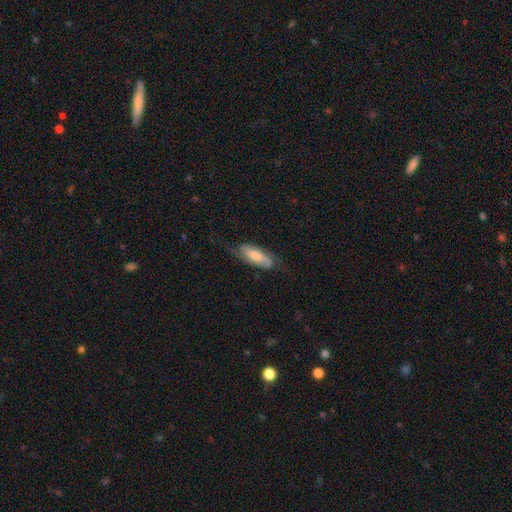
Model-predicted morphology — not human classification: This is possibly a smooth galaxy (51%). How rounded: likely in between (74%). Merging: possibly none (54%).